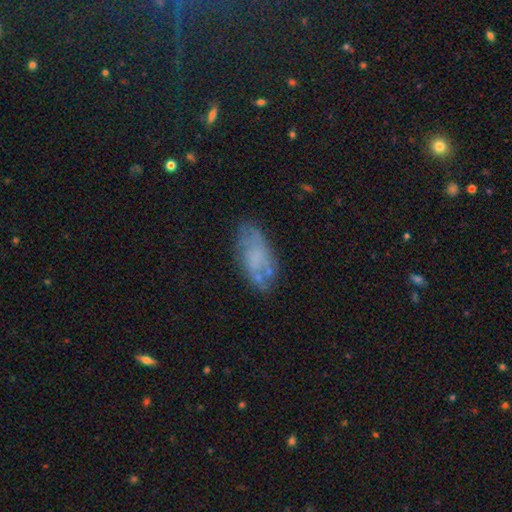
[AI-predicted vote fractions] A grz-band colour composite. It shows a smooth galaxy with no disk features (52%) that is in between round and cigar-shaped (88%). Merging: none (63%).